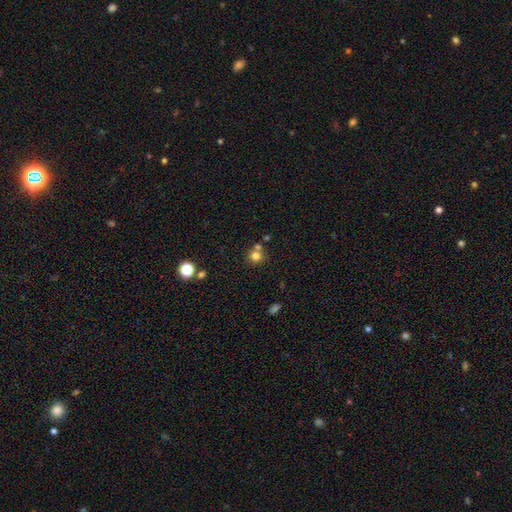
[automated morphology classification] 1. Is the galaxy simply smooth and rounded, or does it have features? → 76% smooth, 15% star or artifact, 9% featured or disk.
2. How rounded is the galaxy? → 88% round, 11% in between, 1% cigar-shaped.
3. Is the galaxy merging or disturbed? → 60% none, 29% merger, 8% minor disturbance, 3% major disturbance.